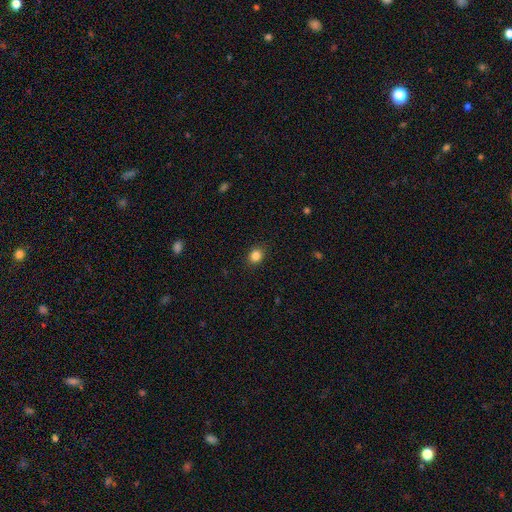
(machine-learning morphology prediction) This is clearly a smooth galaxy (85%). How rounded: likely round (64%). Merging: clearly none (89%).